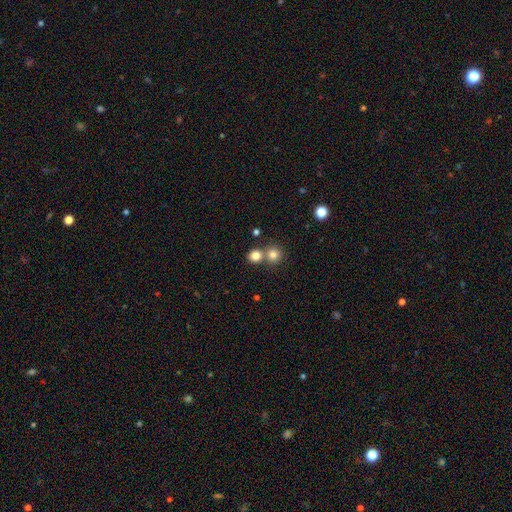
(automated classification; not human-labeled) Smooth or featured: smooth — 80% (star or artifact — 13%)
How rounded: round — 85% (in between — 14%)
Merging: none — 58% (merger — 33%)